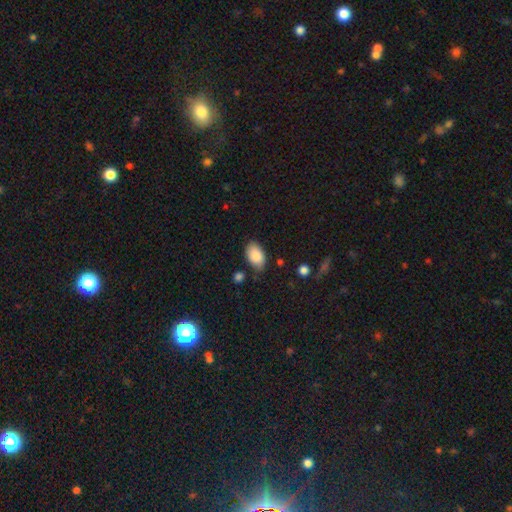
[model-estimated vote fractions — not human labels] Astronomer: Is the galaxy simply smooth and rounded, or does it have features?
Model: smooth — 88%.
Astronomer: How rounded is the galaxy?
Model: in between — 92%.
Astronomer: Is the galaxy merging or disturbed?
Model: none — 72%.